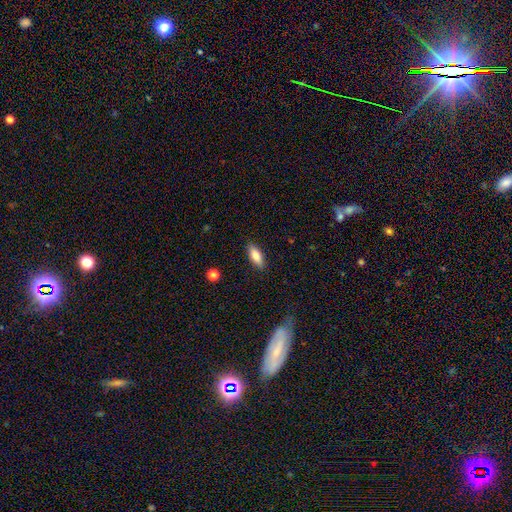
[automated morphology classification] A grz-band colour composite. It shows a smooth galaxy with no disk features (81%) that is in between round and cigar-shaped (69%). Merging: none (88%).